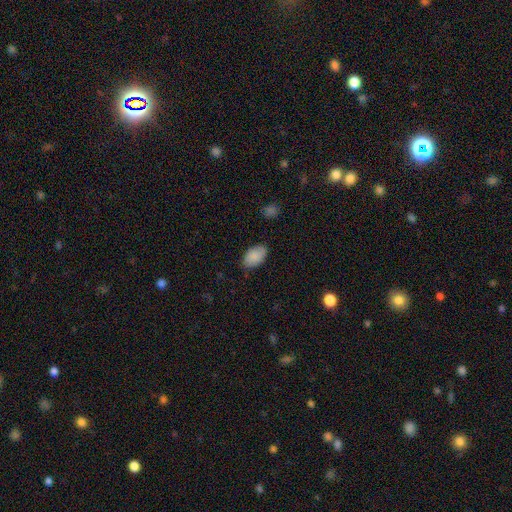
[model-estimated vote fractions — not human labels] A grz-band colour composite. It shows a smooth galaxy with no disk features (89%) that is in between round and cigar-shaped (93%). Merging: none (82%).